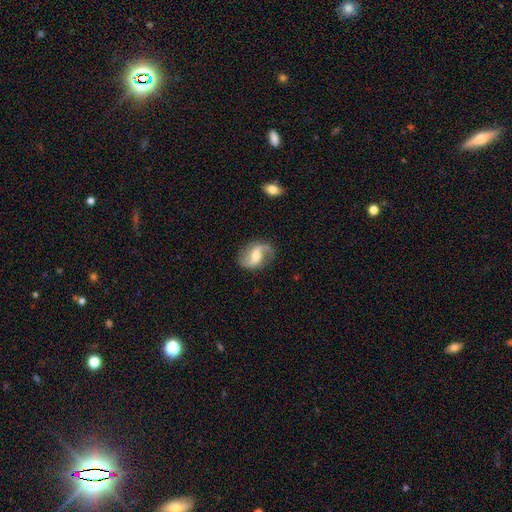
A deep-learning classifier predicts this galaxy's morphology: Smooth or featured? Predicted: featured or disk (p=0.82). Edge-on disk? Predicted: no (p=0.98). Bar? Predicted: weak (p=0.48). Spiral arms? Predicted: yes (p=0.95). Spiral winding? Predicted: loose (p=0.60). Spiral arm count? Predicted: 2 (p=0.83). Bulge size? Predicted: moderate (p=0.57). Merging? Predicted: none (p=0.76).